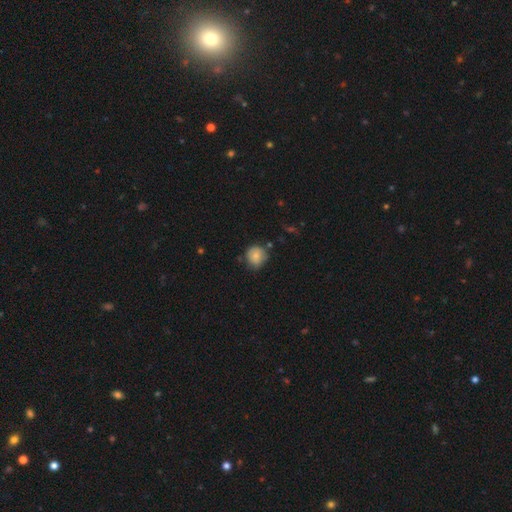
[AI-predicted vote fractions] smooth 81%, featured or disk 11%, star or artifact 9%. Down the decision tree: how rounded — round (86%); merging — none (69%).